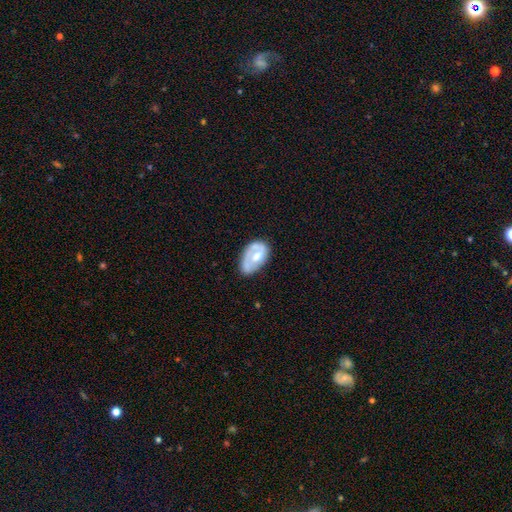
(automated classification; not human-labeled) The model was most divided on "smooth or featured": featured or disk: 54%, smooth: 41%, star or artifact: 5%. More confident: edge-on disk — no (96%); spiral arms — yes (63%); bar — no (60%); merging — none (57%); bulge size — moderate (53%).